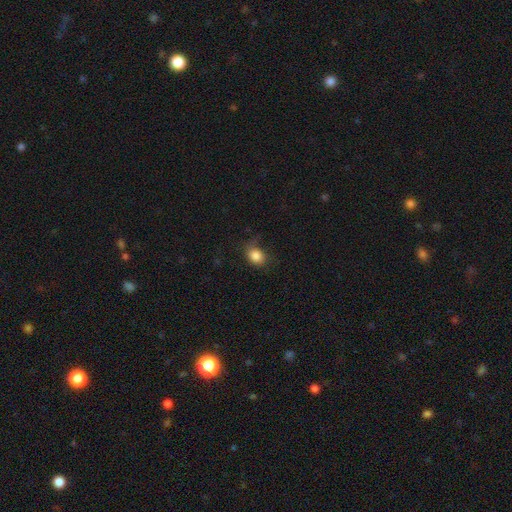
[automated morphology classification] Smooth or featured?
  - smooth: 85% *
  - star or artifact: 9%
  - featured or disk: 6%
How rounded?
  - in between: 53% *
  - round: 46%
  - cigar-shaped: 1%
Merging?
  - none: 62% *
  - minor disturbance: 25%
  - major disturbance: 11%
  - merger: 2%